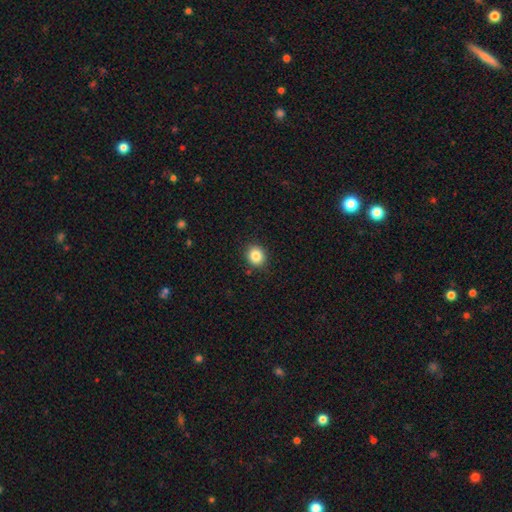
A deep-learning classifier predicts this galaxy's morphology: Smooth or featured? Predicted: smooth (p=0.85). How rounded? Predicted: round (p=0.83). Merging? Predicted: none (p=0.90).